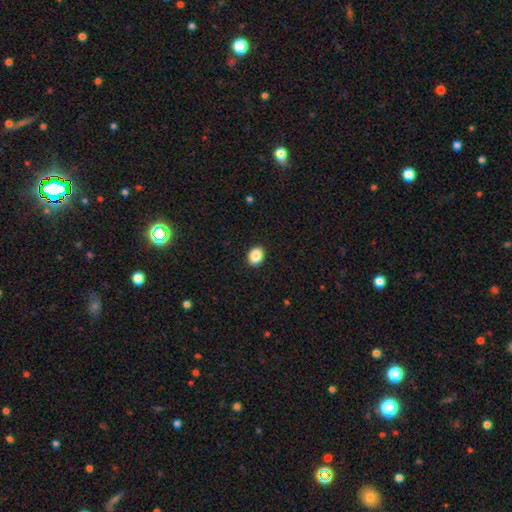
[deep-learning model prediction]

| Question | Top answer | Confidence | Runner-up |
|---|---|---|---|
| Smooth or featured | smooth | 87% | star or artifact (9%) |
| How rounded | in between | 57% | round (42%) |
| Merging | none | 91% | minor disturbance (6%) |